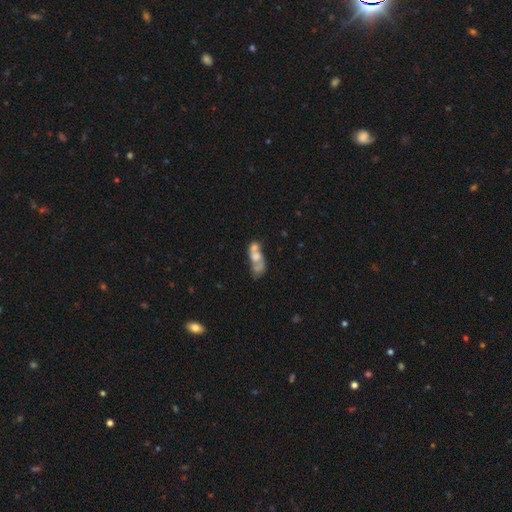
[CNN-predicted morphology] Q: Smooth or featured?
A: smooth (47%); runner-up: featured or disk (42%)
Q: Merging?
A: merger (56%); runner-up: none (18%)